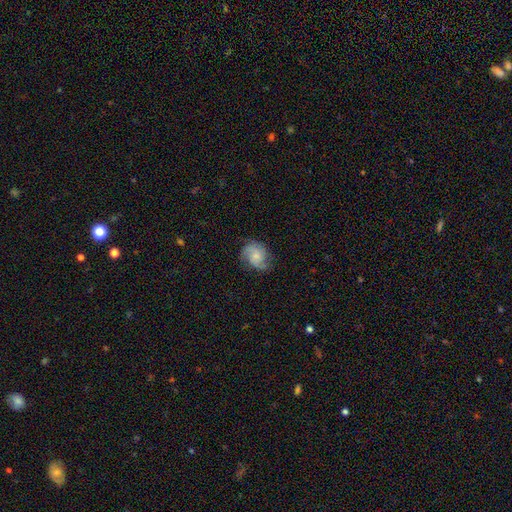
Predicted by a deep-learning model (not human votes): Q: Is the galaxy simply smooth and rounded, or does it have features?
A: featured or disk — 57%.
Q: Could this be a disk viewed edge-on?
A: no — 98%.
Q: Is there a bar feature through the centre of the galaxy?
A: no — 73%.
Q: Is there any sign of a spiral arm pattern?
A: yes — 92%.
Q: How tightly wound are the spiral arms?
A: medium — 45%.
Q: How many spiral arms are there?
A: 2 — 56%.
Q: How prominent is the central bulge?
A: small — 45%.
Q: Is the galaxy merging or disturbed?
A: none — 68%.